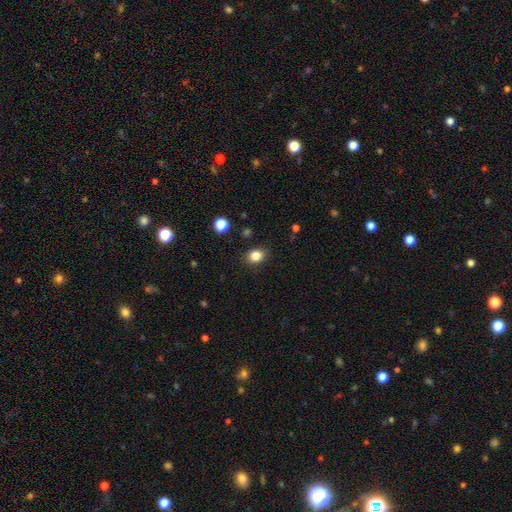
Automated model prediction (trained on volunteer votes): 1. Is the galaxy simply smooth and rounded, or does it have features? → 85% smooth, 10% star or artifact, 5% featured or disk.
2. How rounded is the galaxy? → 56% in between, 43% round, 1% cigar-shaped.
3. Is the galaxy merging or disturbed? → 86% none, 10% minor disturbance, 3% major disturbance, 2% merger.